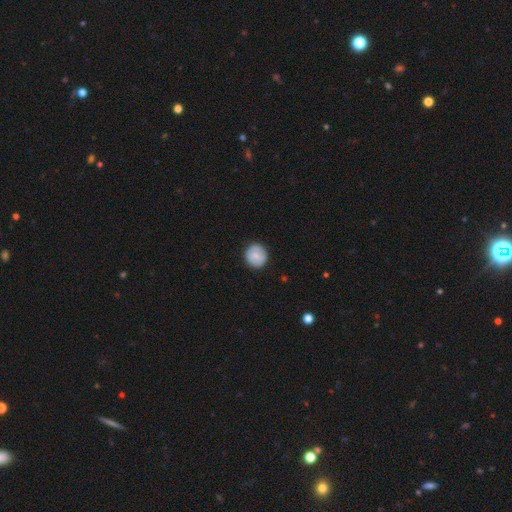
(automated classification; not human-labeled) Smooth or featured?
  - smooth: 67% *
  - featured or disk: 27%
  - star or artifact: 7%
How rounded?
  - round: 89% *
  - in between: 10%
  - cigar-shaped: 1%
Merging?
  - none: 87% *
  - minor disturbance: 10%
  - major disturbance: 2%
  - merger: 1%